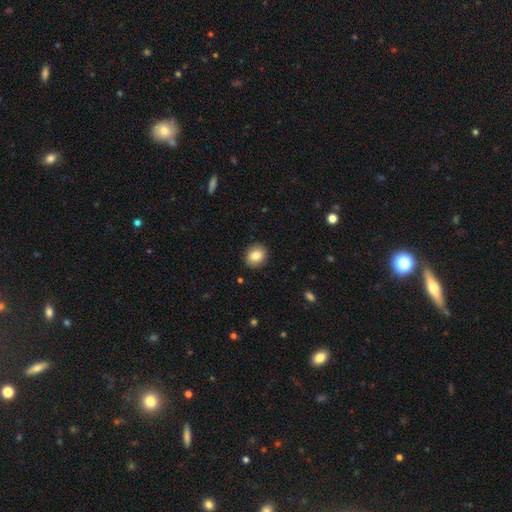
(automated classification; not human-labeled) Smooth or featured: smooth — 84% (star or artifact — 8%)
How rounded: round — 62% (in between — 37%)
Merging: none — 89% (minor disturbance — 8%)